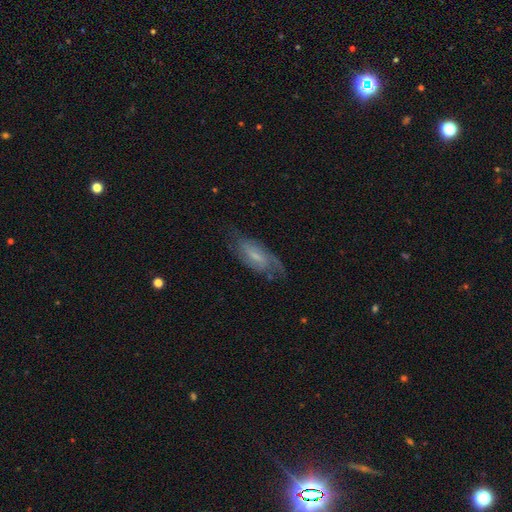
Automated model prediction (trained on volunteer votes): The model was most divided on "spiral winding": medium: 47%, tight: 32%, loose: 22%. More confident: spiral arms — yes (91%); edge-on disk — no (90%); smooth or featured — featured or disk (70%); merging — none (68%); spiral arm count — 2 (64%); bulge size — small (57%); bar — weak (51%).